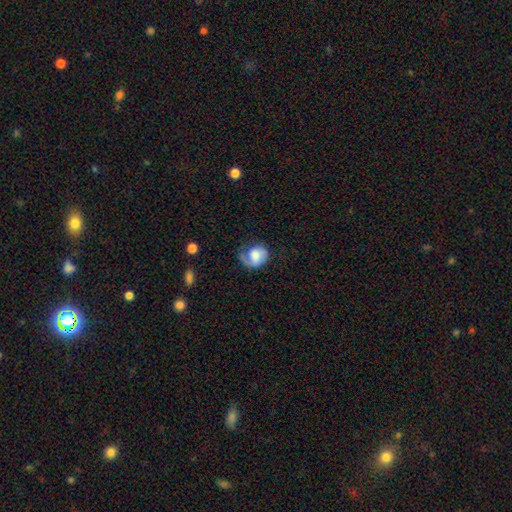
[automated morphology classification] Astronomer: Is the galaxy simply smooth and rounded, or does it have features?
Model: smooth — 54% (runner-up: featured or disk, 39%).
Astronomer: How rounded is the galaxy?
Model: round — 58% (runner-up: in between, 41%).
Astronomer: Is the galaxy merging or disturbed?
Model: none — 40% (runner-up: major disturbance, 29%).